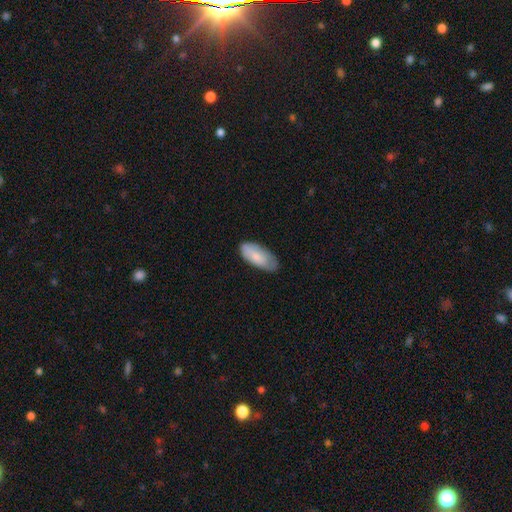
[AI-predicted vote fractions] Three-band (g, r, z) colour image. It shows a smooth galaxy with no disk features (78%) that is in between round and cigar-shaped (89%). Merging: none (72%).